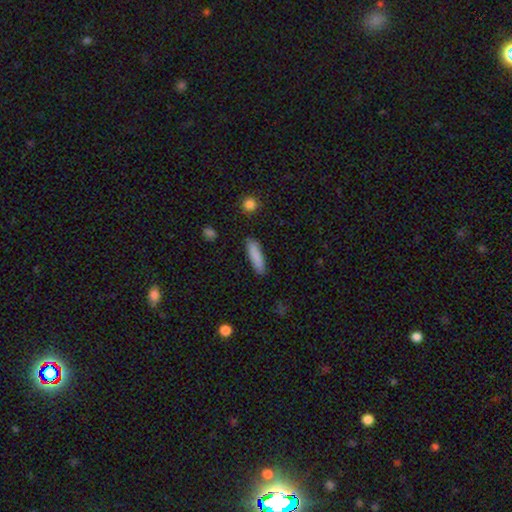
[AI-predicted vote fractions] Smooth or featured: smooth — 86% (featured or disk — 7%)
How rounded: cigar-shaped — 70% (in between — 28%)
Merging: none — 88% (minor disturbance — 9%)